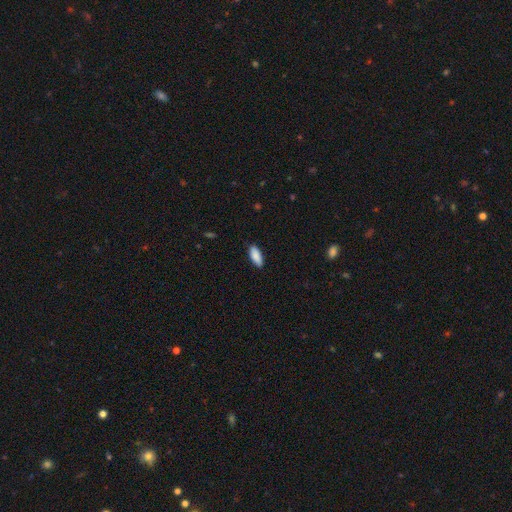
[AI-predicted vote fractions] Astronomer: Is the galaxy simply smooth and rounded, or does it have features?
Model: smooth — 89%.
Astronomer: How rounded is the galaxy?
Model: in between — 81%.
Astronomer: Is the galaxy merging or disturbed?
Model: none — 86%.